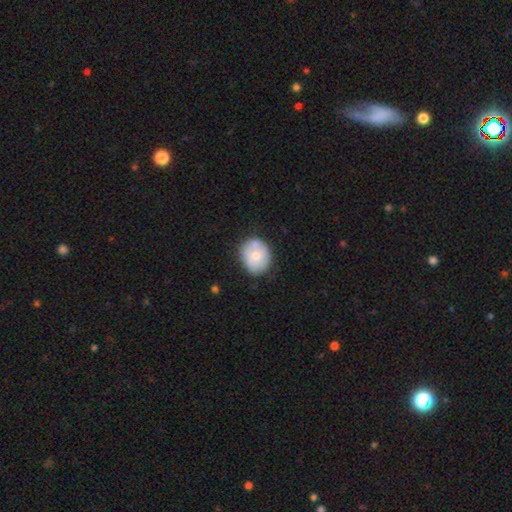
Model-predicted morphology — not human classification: The model was most divided on "smooth or featured": smooth: 61%, featured or disk: 31%, star or artifact: 7%. More confident: how rounded — round (69%); merging — none (61%).